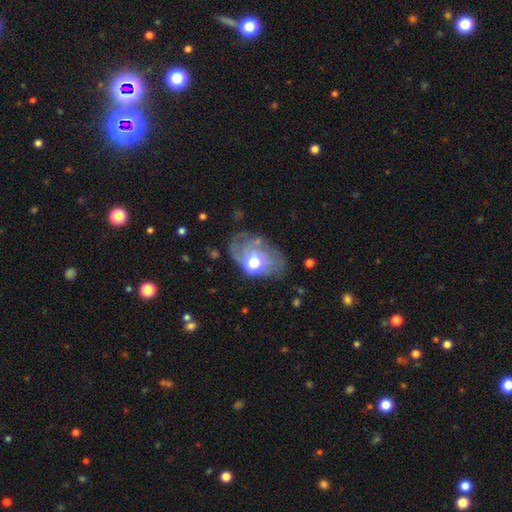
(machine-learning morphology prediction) Overall: featured or disk (53%; smooth 32%). Edge-on disk: no (93%). Merging: none (57%; minor disturbance 23%).